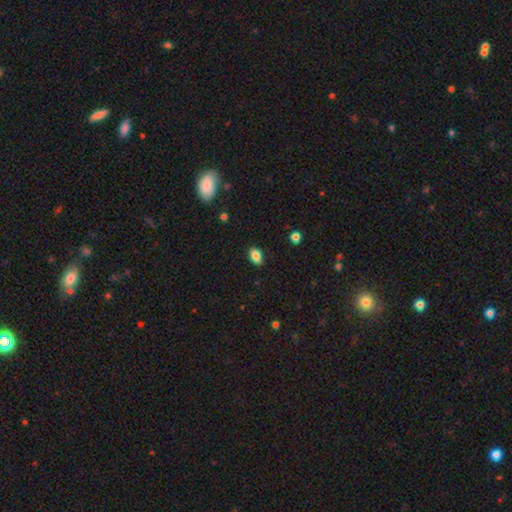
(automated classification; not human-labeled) Morphology: type=smooth (84%); roundness=in between (88%); merging=none (86%).